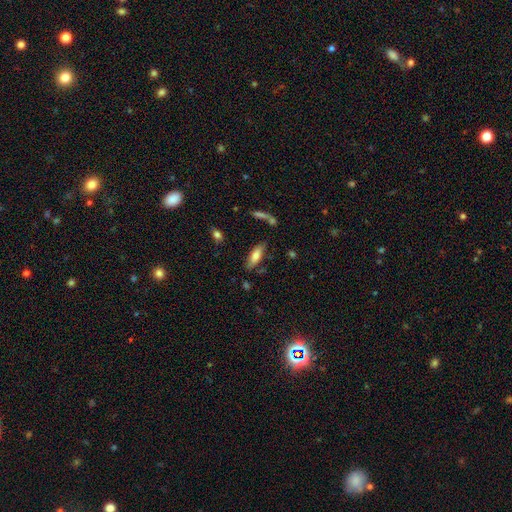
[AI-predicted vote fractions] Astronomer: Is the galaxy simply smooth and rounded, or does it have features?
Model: smooth — 73%.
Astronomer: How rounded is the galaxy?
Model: in between — 62%.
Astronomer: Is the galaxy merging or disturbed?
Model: none — 72%.